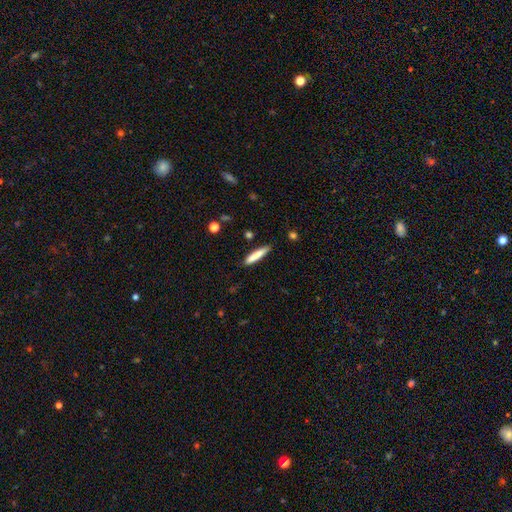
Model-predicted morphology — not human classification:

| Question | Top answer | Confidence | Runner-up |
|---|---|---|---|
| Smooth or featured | smooth | 80% | featured or disk (14%) |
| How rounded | cigar-shaped | 91% | in between (8%) |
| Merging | none | 86% | minor disturbance (10%) |